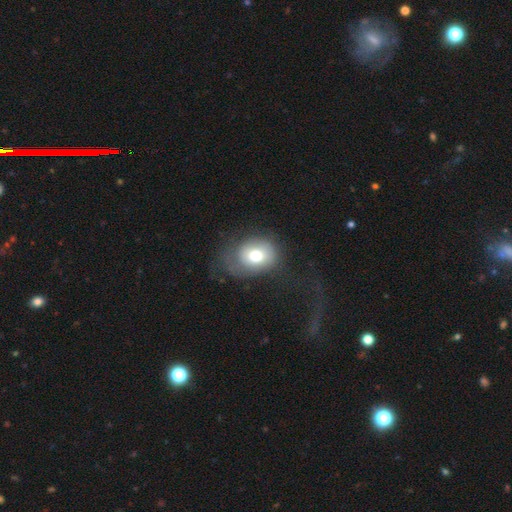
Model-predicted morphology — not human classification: Overall: smooth (70%). How rounded: round (57%; in between 42%). Merging: none (55%; minor disturbance 22%).